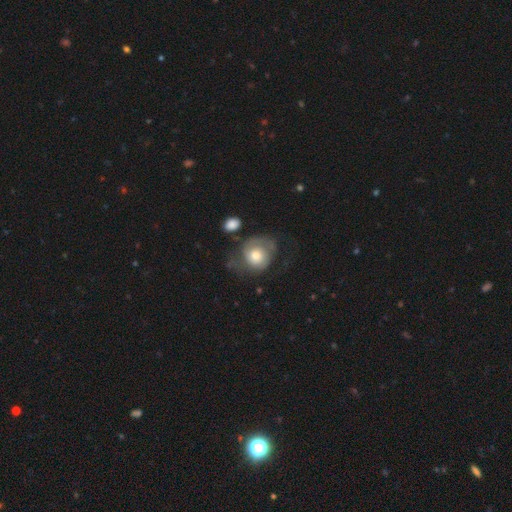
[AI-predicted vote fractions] smooth_or_featured: smooth (p=0.47) [alt: featured or disk p=0.46]
merging: none (p=0.38) [alt: major disturbance p=0.30]